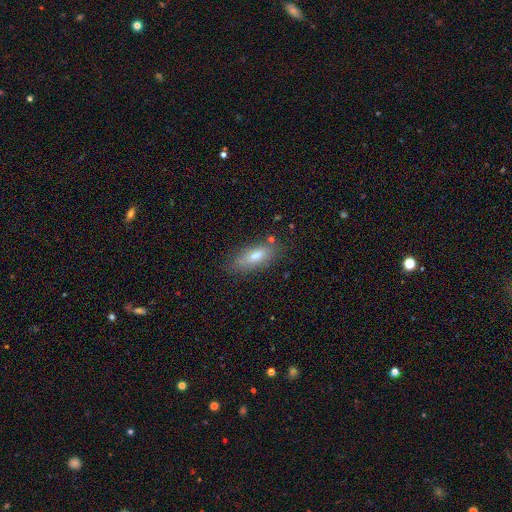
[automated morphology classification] A smooth galaxy with no disk features (70%) that is in between round and cigar-shaped (62%). Merging: none (78%).